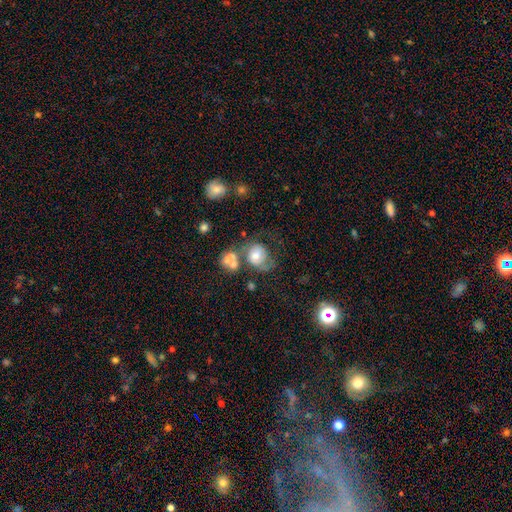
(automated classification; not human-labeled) This is likely a smooth galaxy (61%). How rounded: possibly round (56%). Merging: marginally none (30%, tied with merger).